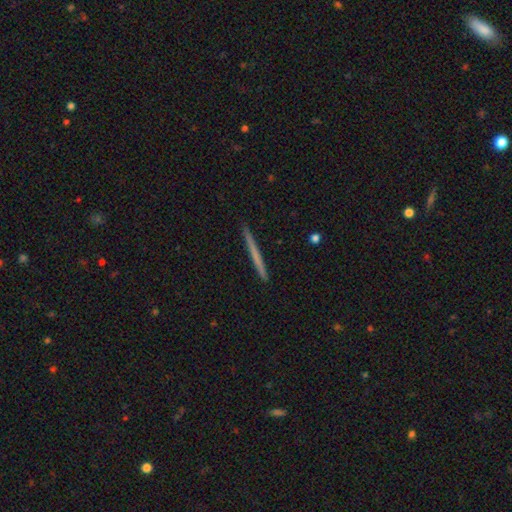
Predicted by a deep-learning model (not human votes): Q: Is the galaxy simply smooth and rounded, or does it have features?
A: smooth — 55%.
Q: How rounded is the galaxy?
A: cigar-shaped — 97%.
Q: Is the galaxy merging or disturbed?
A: none — 93%.